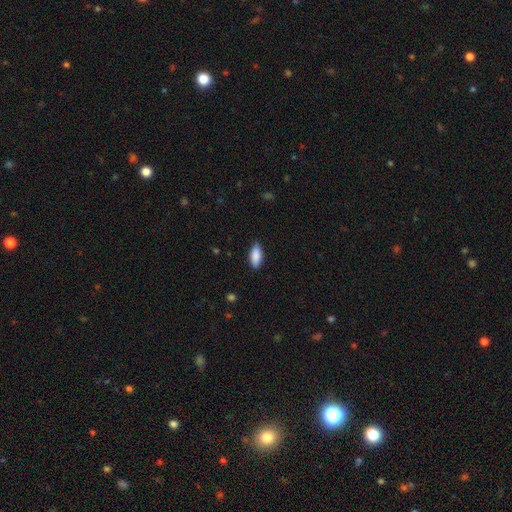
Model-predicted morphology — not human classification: Smooth or featured? Predicted: smooth (p=0.87). How rounded? Predicted: in between (p=0.82). Merging? Predicted: none (p=0.85).